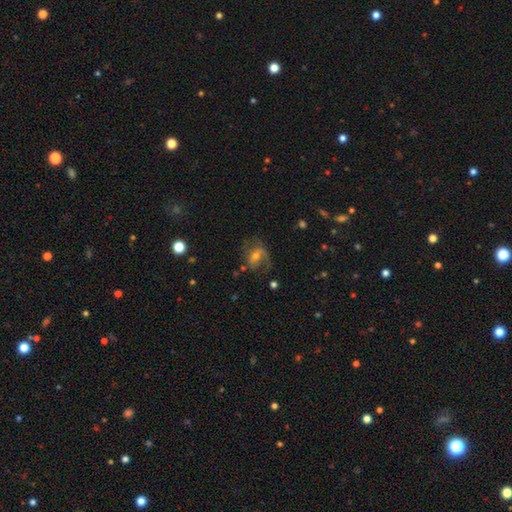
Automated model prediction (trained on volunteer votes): This appears to be a featured or disk galaxy (69%) with a weak bar (44%), 2 (55%) medium (46%) spiral arms (86%) and a moderate central bulge (49%). Merging: none (57%).